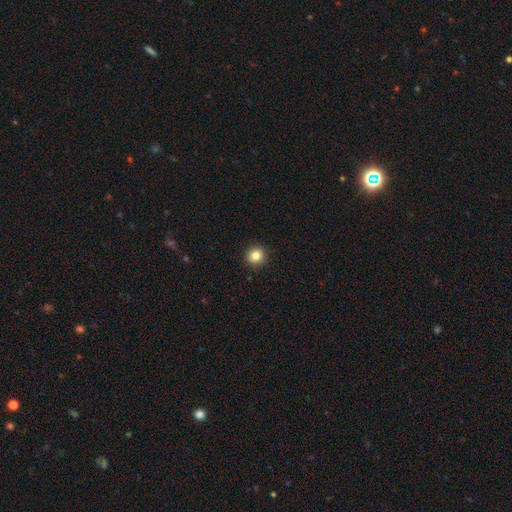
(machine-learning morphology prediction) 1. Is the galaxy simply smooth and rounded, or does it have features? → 83% smooth, 11% star or artifact, 6% featured or disk.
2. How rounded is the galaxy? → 91% round, 8% in between, 1% cigar-shaped.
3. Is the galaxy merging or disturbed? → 92% none, 5% minor disturbance, 2% major disturbance, 1% merger.